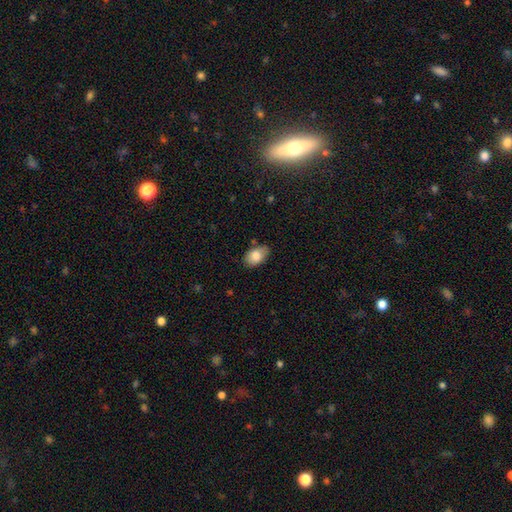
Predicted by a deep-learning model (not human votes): This is clearly a smooth galaxy (83%). How rounded: clearly in between (90%). Merging: likely none (73%).